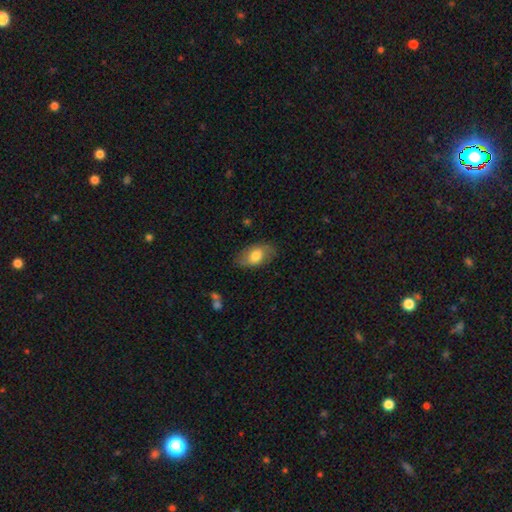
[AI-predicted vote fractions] smooth-or-featured: smooth: 73% | featured or disk: 20% | star or artifact: 6%
  how-rounded: in between: 93% | round: 5% | cigar-shaped: 2%
  merging: none: 78% | minor disturbance: 16% | major disturbance: 4% | merger: 1%